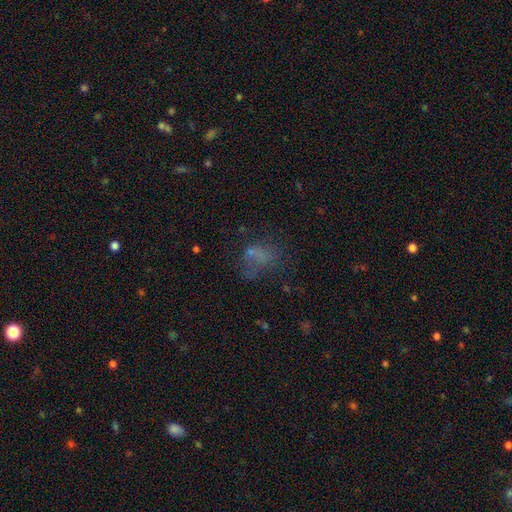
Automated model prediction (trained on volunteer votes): Smooth or featured? Predicted: smooth (p=0.48). Merging? Predicted: none (p=0.41).